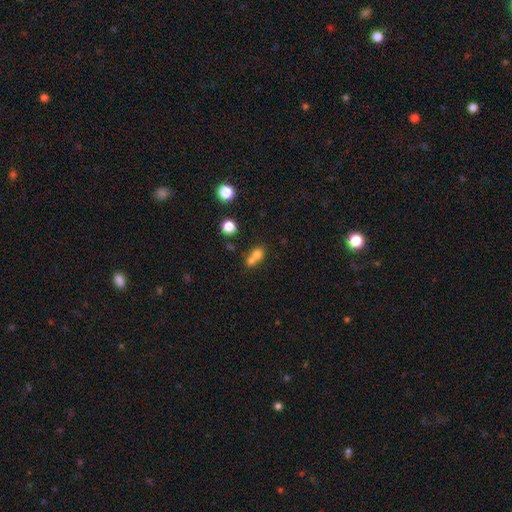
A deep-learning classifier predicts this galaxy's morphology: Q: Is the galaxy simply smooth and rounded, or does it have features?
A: smooth — 72%.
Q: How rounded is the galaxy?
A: round — 70%.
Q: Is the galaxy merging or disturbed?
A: merger — 59%.